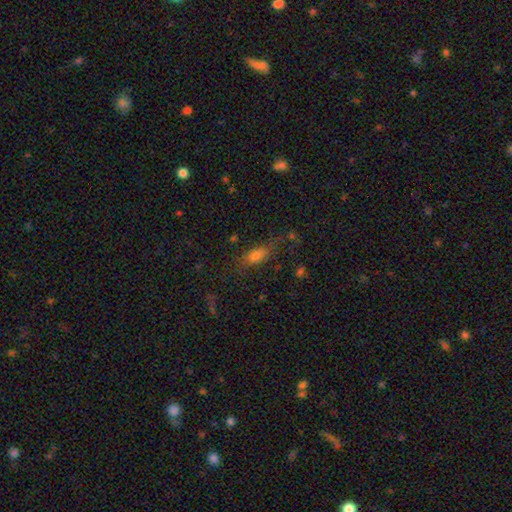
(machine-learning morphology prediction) This appears to be a smooth galaxy with no disk features (70%) that is in between round and cigar-shaped (70%). Merging: none (64%).